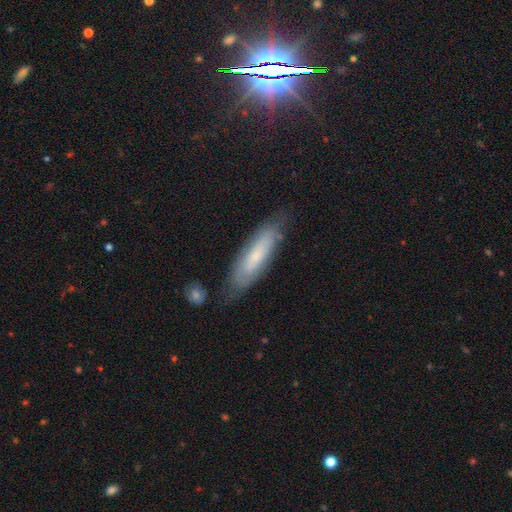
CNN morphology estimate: This appears to be a smooth galaxy with no disk features (57%) that is cigar-shaped (66%). Merging: none (72%).